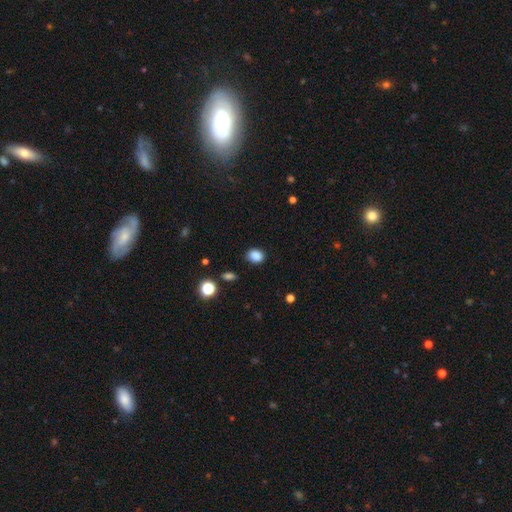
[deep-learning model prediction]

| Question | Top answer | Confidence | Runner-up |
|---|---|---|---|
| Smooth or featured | smooth | 86% | star or artifact (11%) |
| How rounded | in between | 50% | round (49%) |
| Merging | none | 87% | minor disturbance (10%) |